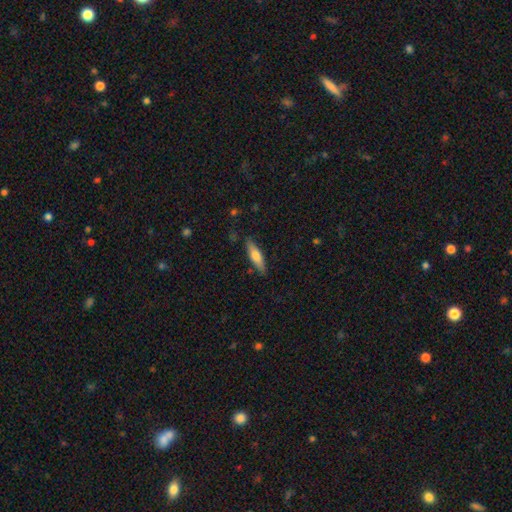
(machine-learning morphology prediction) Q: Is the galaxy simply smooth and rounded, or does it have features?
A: smooth — 62%.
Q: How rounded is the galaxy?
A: cigar-shaped — 69%.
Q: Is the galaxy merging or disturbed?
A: none — 85%.